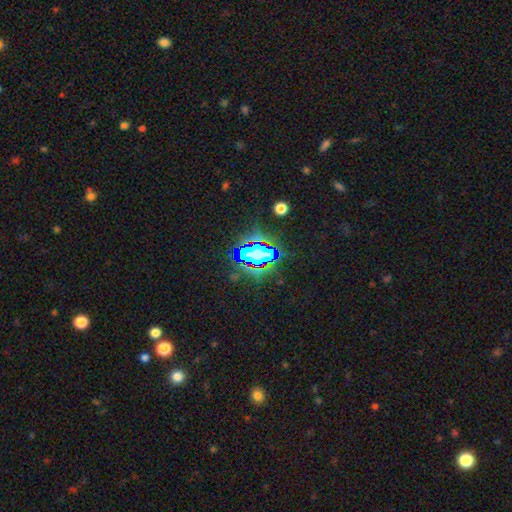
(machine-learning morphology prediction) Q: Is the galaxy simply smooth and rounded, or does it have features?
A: star or artifact — 78%.